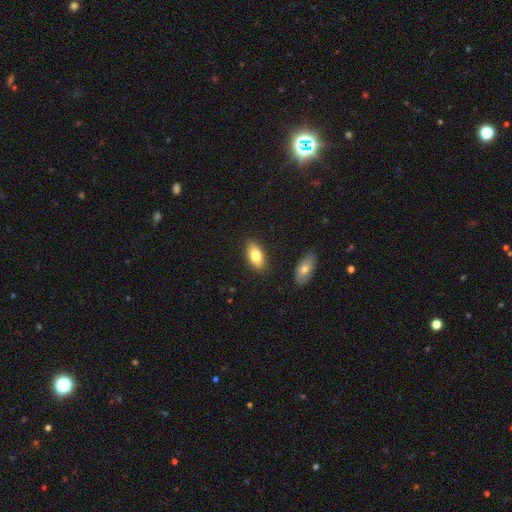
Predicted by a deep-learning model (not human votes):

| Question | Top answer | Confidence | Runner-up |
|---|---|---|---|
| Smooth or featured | smooth | 79% | featured or disk (15%) |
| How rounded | in between | 90% | cigar-shaped (7%) |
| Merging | none | 87% | minor disturbance (9%) |